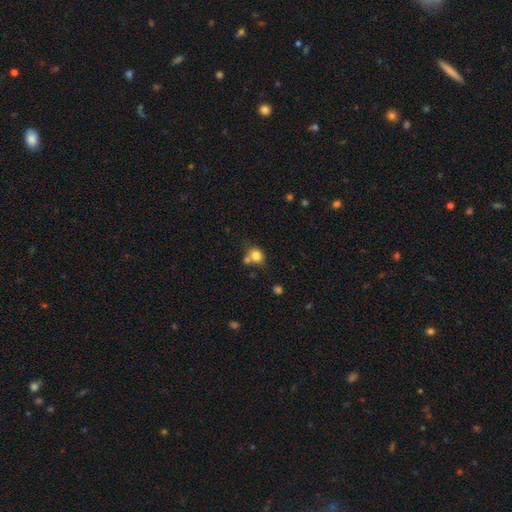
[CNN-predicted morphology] A smooth galaxy with no disk features (80%) that is round (55%). Merging: none (53%).